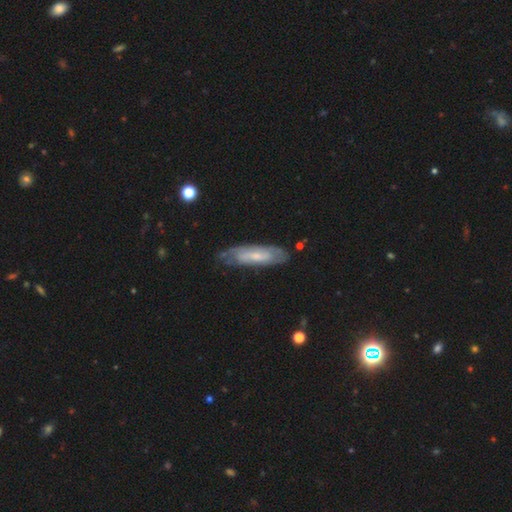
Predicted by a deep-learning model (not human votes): Overall: featured or disk (61%; smooth 33%). Edge-on disk: no (71%). Merging: none (68%).